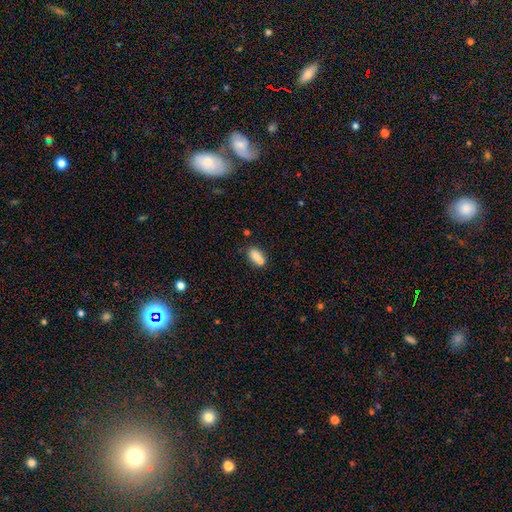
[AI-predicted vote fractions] The model was most divided on "merging" (2-way tie): merger: 42%, none: 42%, minor disturbance: 12%, major disturbance: 4%. More confident: how rounded — in between (80%); smooth or featured — smooth (74%).